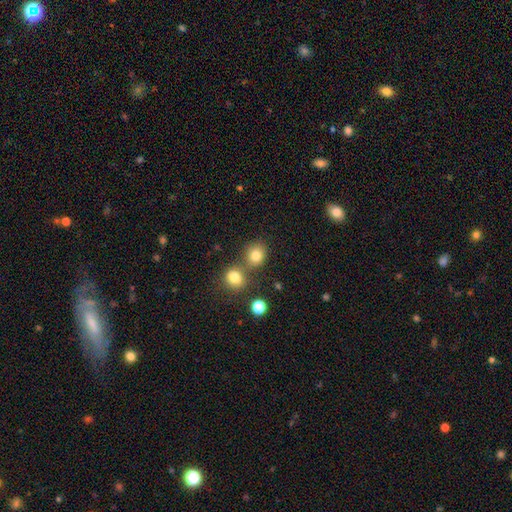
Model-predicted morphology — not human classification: A smooth galaxy with no disk features (80%) that is round (76%). Merging: none (60%).